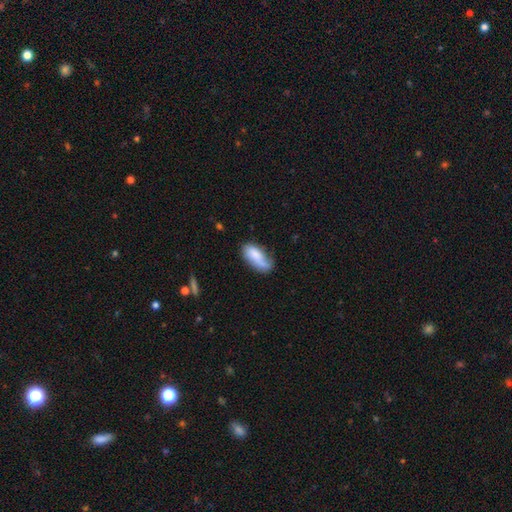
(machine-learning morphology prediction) smooth-or-featured: smooth: 73% | featured or disk: 20% | star or artifact: 7%
  how-rounded: in between: 85% | cigar-shaped: 13% | round: 2%
  merging: none: 45% | minor disturbance: 31% | major disturbance: 15% | merger: 9%